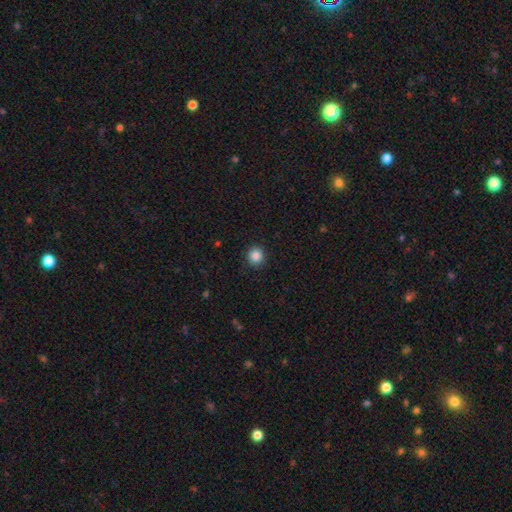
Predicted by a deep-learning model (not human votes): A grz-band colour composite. It shows a smooth galaxy with no disk features (86%) that is round (94%). Merging: none (91%).